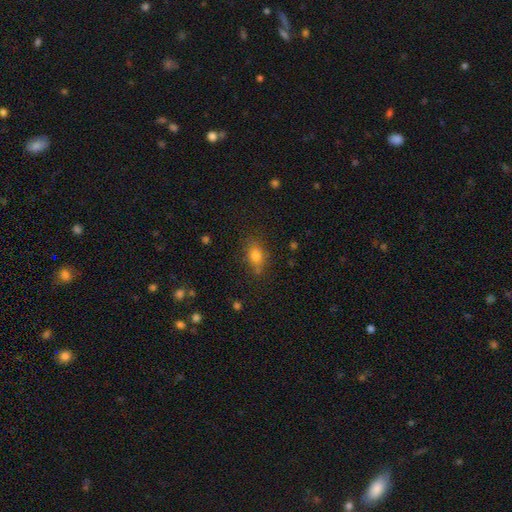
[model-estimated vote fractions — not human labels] Smooth or featured? Predicted: smooth (p=0.79). How rounded? Predicted: in between (p=0.51). Merging? Predicted: none (p=0.73).